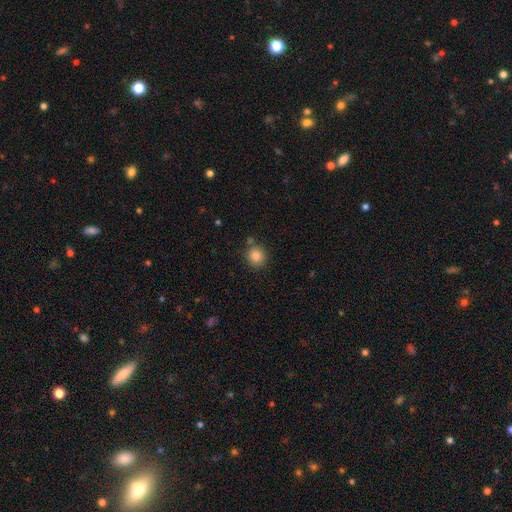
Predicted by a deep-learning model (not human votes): smooth-or-featured: smooth: 85% | star or artifact: 10% | featured or disk: 5%
  how-rounded: round: 89% | in between: 10% | cigar-shaped: 1%
  merging: none: 80% | minor disturbance: 10% | merger: 7% | major disturbance: 3%